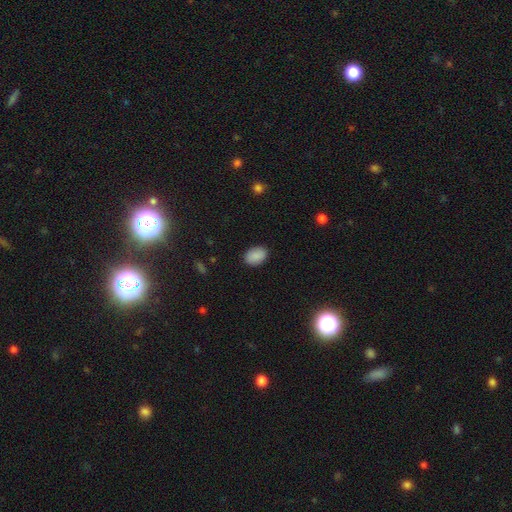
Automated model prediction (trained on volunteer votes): Overall: smooth (89%). How rounded: in between (84%). Merging: none (89%).